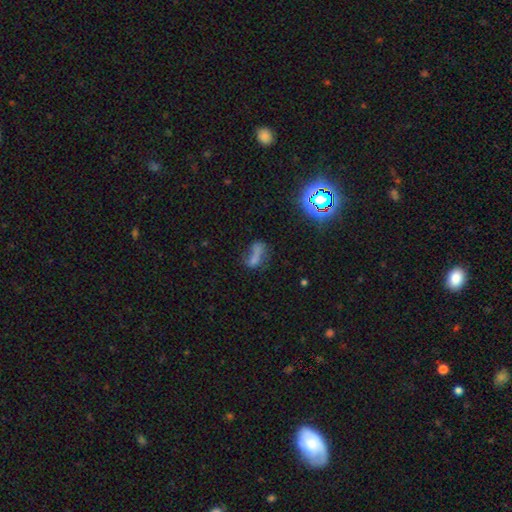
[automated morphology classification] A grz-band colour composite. It shows a smooth galaxy with no disk features (57%) that is in between round and cigar-shaped (68%). Merging: none (31%).